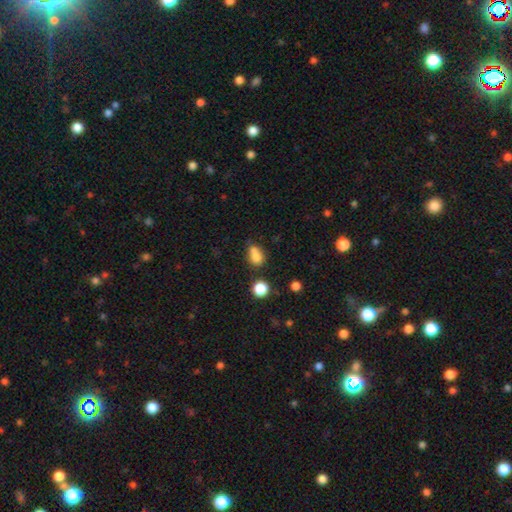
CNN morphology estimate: This is likely a smooth galaxy (76%). How rounded: possibly in between (52%). Merging: marginally merger (43%).